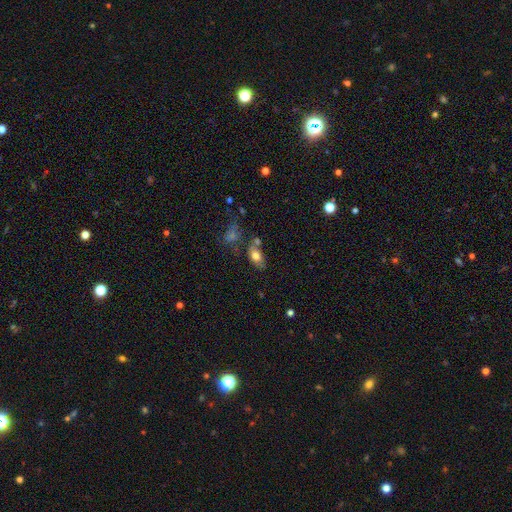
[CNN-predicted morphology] A smooth galaxy with no disk features (75%) that is in between round and cigar-shaped (85%). Merging: none (48%).